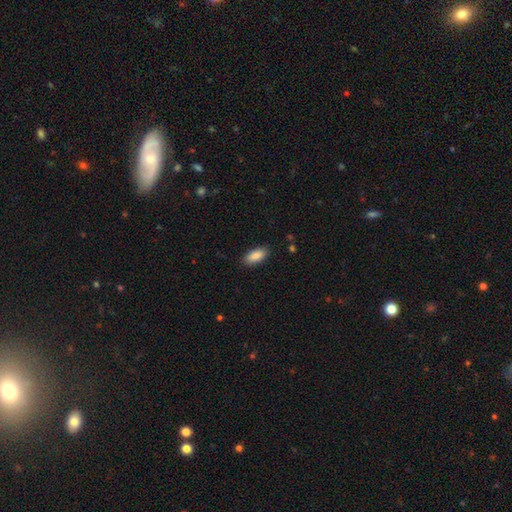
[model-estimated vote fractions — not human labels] The model was most divided on "merging": none: 87%, minor disturbance: 9%, major disturbance: 2%, merger: 1%. More confident: smooth or featured — smooth (89%); how rounded — in between (89%).